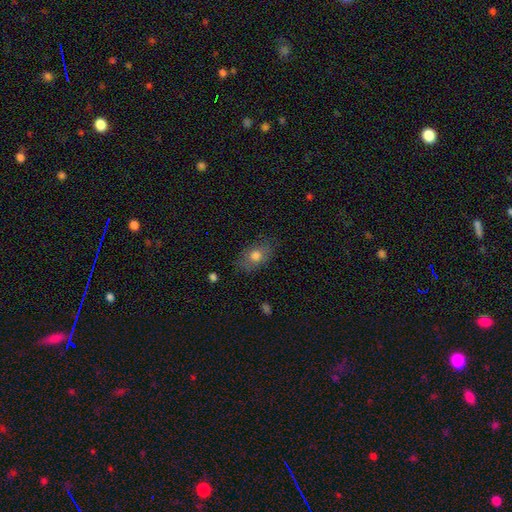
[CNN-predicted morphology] Smooth or featured? smooth (75%)
How rounded? in between (81%)
Merging? none (76%)